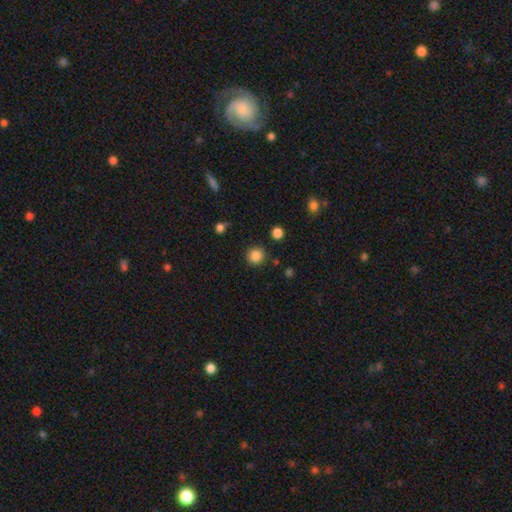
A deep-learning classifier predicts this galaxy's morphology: This appears to be a smooth galaxy with no disk features (85%) that is round (93%). Merging: none (88%).